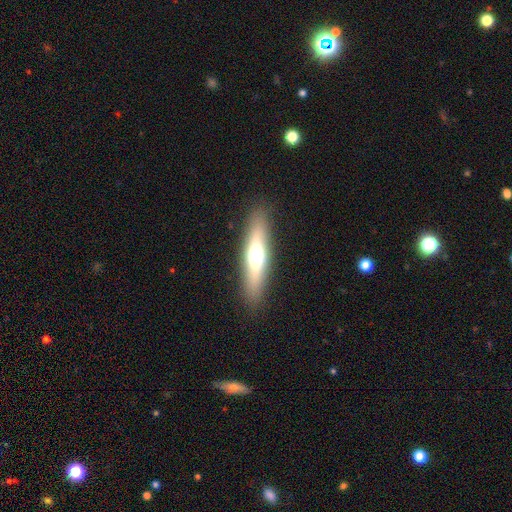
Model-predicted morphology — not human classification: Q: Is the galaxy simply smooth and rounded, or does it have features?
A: smooth — 50%.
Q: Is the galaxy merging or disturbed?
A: none — 88%.